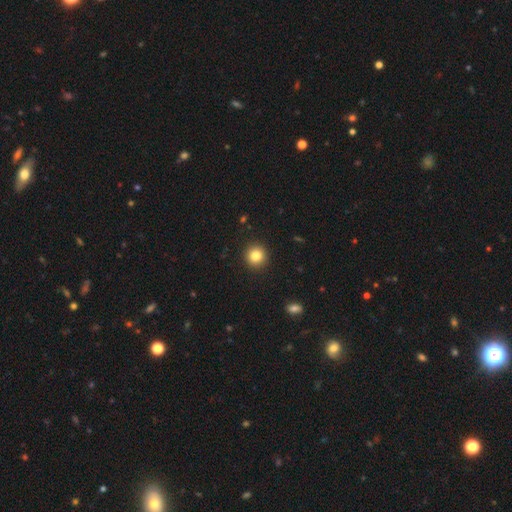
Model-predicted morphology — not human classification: A smooth galaxy with no disk features (84%) that is round (94%).

Vote fractions:
- Smooth or featured? smooth: 84% / star or artifact: 11% / featured or disk: 6%
- How rounded? round: 94% / in between: 6% / cigar-shaped: 1%
- Merging? none: 92% / minor disturbance: 5% / major disturbance: 2% / merger: 1%